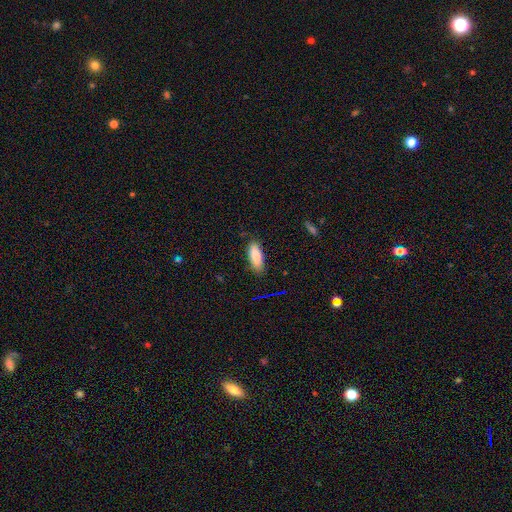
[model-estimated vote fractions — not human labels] Smooth or featured?
  - smooth: 84% *
  - featured or disk: 9%
  - star or artifact: 7%
How rounded?
  - in between: 72% *
  - cigar-shaped: 26%
  - round: 2%
Merging?
  - none: 82% *
  - minor disturbance: 14%
  - major disturbance: 3%
  - merger: 2%